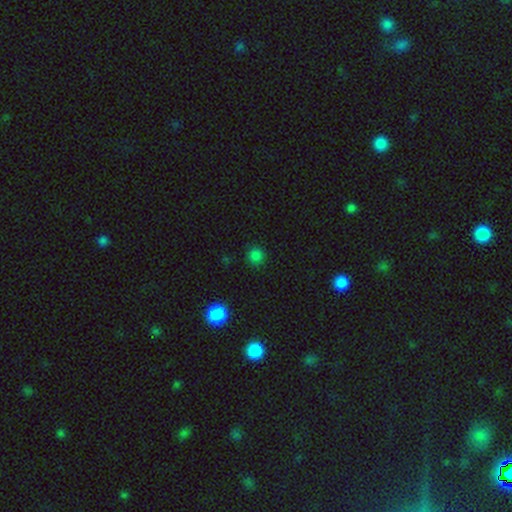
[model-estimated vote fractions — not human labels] Morphology: type=smooth (81%); roundness=round (93%); merging=none (90%).